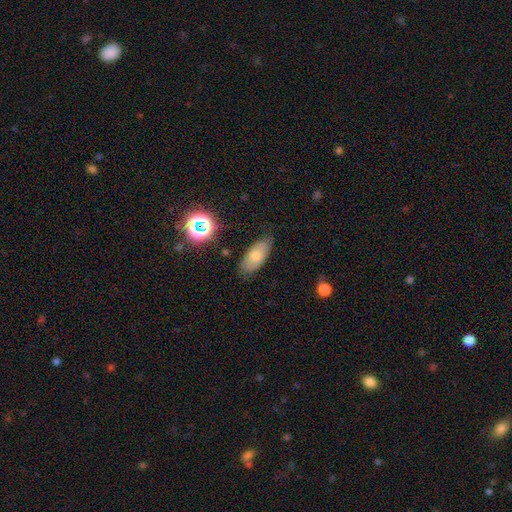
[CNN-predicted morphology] smooth 67%, featured or disk 23%, star or artifact 10%. Down the decision tree: how rounded — in between (88%); merging — none (76%).